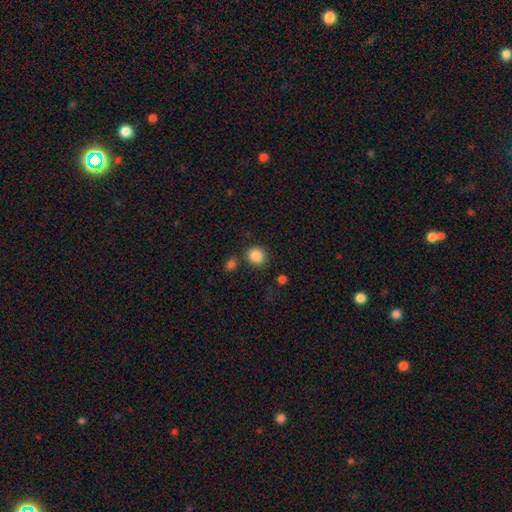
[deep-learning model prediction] Smooth or featured? Predicted: smooth (p=0.87). How rounded? Predicted: round (p=0.87). Merging? Predicted: none (p=0.81).